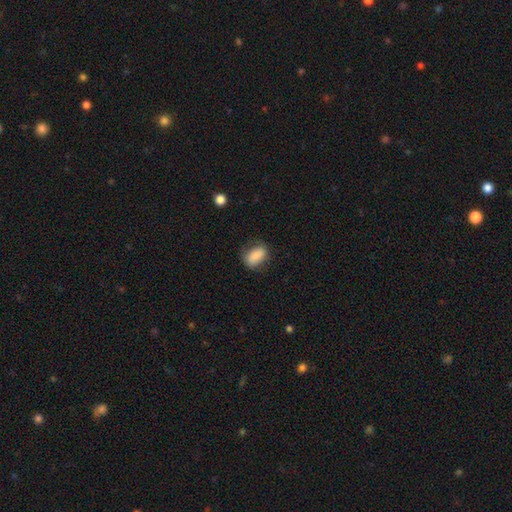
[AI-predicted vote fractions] Overall: smooth (84%). How rounded: in between (84%). Merging: none (71%).